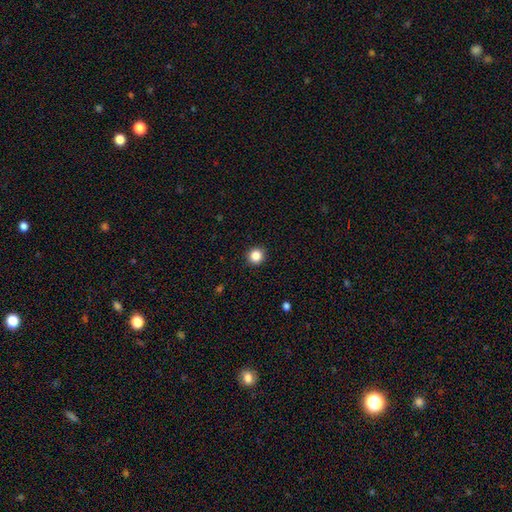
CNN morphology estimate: A smooth galaxy with no disk features (86%) that is round (94%).

Vote fractions:
- Smooth or featured? smooth: 86% / star or artifact: 11% / featured or disk: 3%
- How rounded? round: 94% / in between: 6% / cigar-shaped: 1%
- Merging? none: 93% / minor disturbance: 5% / major disturbance: 2% / merger: 1%